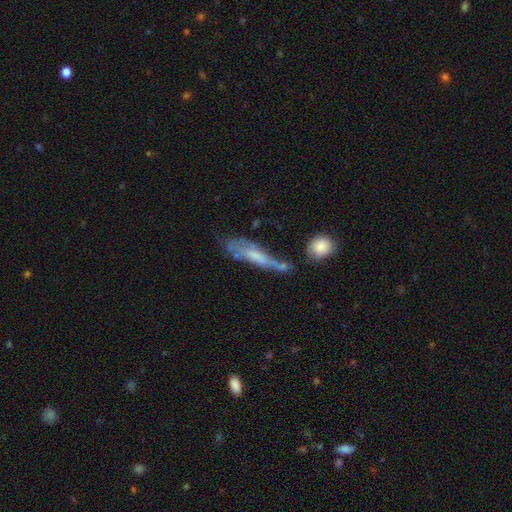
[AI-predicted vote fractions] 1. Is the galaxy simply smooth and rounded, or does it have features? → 46% featured or disk, 45% smooth, 9% star or artifact.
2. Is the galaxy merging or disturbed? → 33% none, 24% minor disturbance, 23% merger, 20% major disturbance.